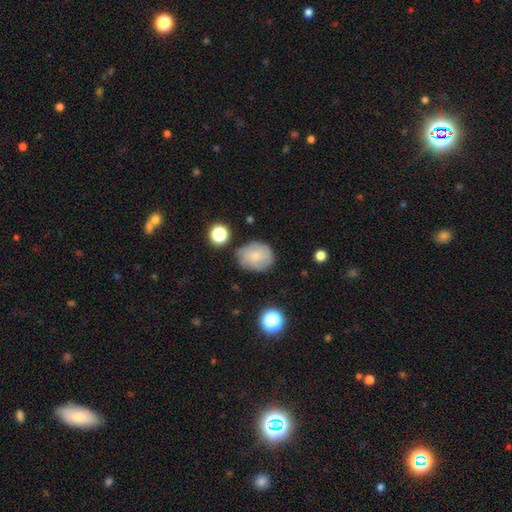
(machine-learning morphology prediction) smooth 70%, featured or disk 19%, star or artifact 10%. Down the decision tree: how rounded — round (54%); merging — none (72%).